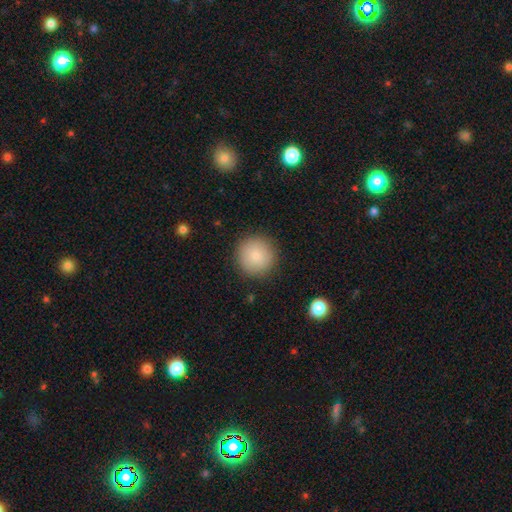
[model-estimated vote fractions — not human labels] smooth 83%, star or artifact 8%, featured or disk 8%. Down the decision tree: how rounded — round (95%); merging — none (90%).